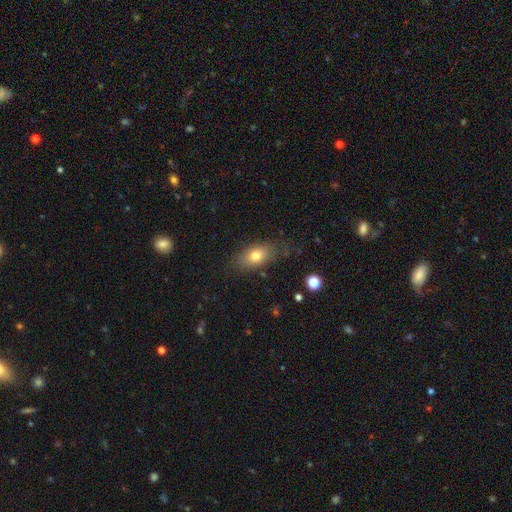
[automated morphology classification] smooth 75%, featured or disk 16%, star or artifact 9%. Down the decision tree: how rounded — in between (86%); merging — none (75%).